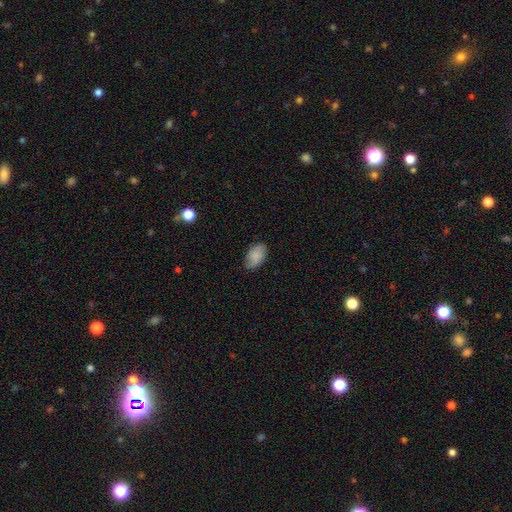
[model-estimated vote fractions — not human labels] Smooth or featured: smooth — 78% (featured or disk — 14%)
How rounded: in between — 92% (round — 7%)
Merging: none — 69% (minor disturbance — 25%)